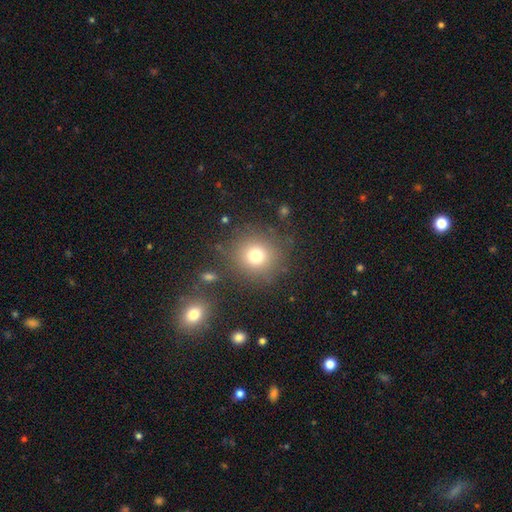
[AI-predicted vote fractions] Q: Smooth or featured?
A: smooth (75%); runner-up: star or artifact (16%)
Q: How rounded?
A: round (92%); runner-up: in between (7%)
Q: Merging?
A: none (84%); runner-up: minor disturbance (9%)